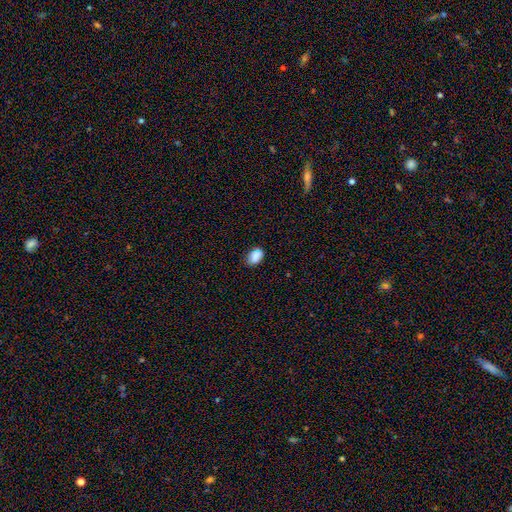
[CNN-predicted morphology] Overall: smooth (81%). How rounded: in between (80%). Merging: none (80%).